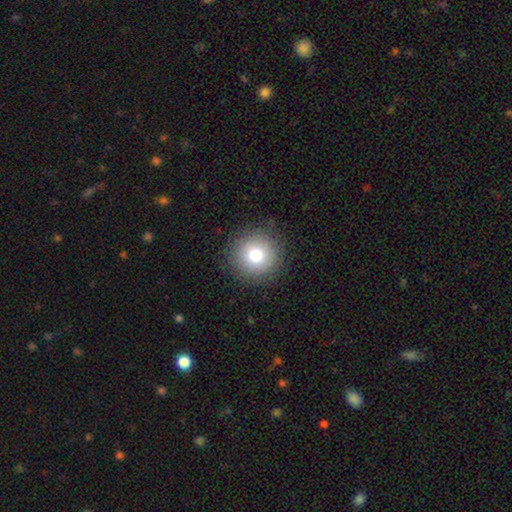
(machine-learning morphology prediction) Smooth or featured? Predicted: smooth (p=0.76). How rounded? Predicted: round (p=0.96). Merging? Predicted: none (p=0.93).